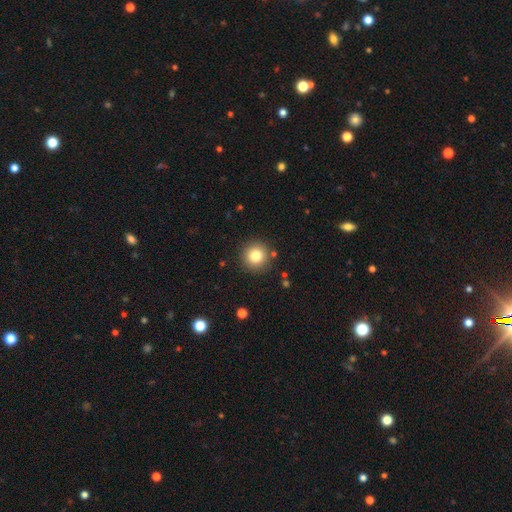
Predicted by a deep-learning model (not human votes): Q: Smooth or featured?
A: smooth (81%); runner-up: star or artifact (11%)
Q: How rounded?
A: round (95%); runner-up: in between (4%)
Q: Merging?
A: none (89%); runner-up: minor disturbance (7%)